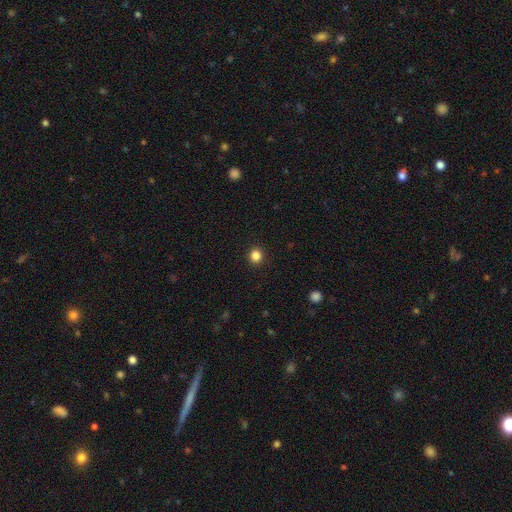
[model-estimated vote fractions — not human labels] This is clearly a smooth galaxy (85%). How rounded: clearly round (89%). Merging: clearly none (93%).